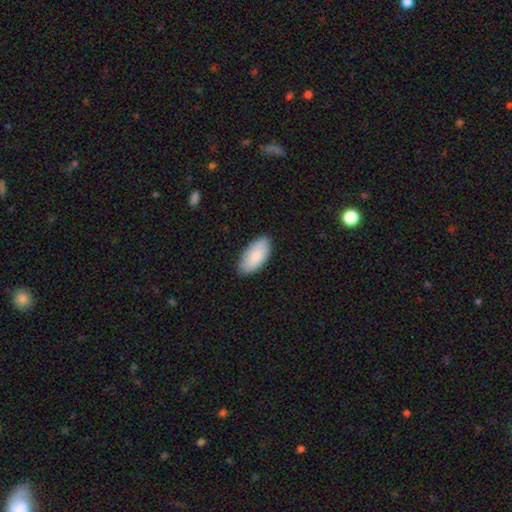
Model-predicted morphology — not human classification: Smooth or featured? smooth (86%)
How rounded? in between (94%)
Merging? none (86%)